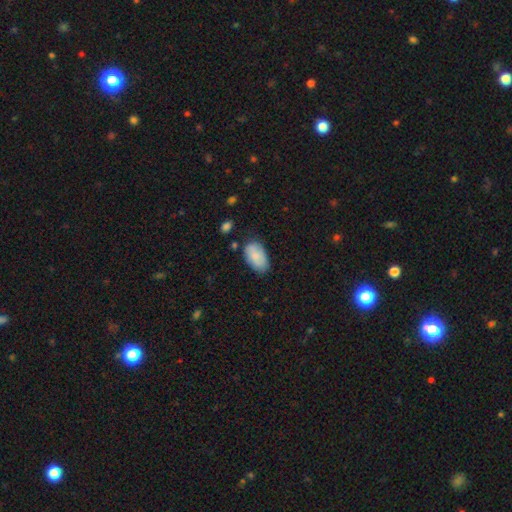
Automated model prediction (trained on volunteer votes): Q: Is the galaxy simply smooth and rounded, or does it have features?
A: smooth — 83%.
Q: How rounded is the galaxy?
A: in between — 94%.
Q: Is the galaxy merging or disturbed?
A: none — 72%.